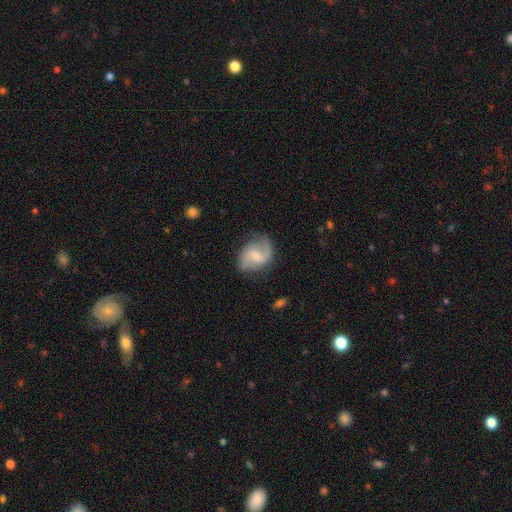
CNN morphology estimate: The model was most divided on "spiral winding": loose: 45%, medium: 43%, tight: 13%. Remaining: edge-on disk — no (98%); spiral arms — yes (94%); spiral arm count — 2 (86%); smooth or featured — featured or disk (73%); merging — none (73%); bar — weak (51%); bulge size — small (50%).